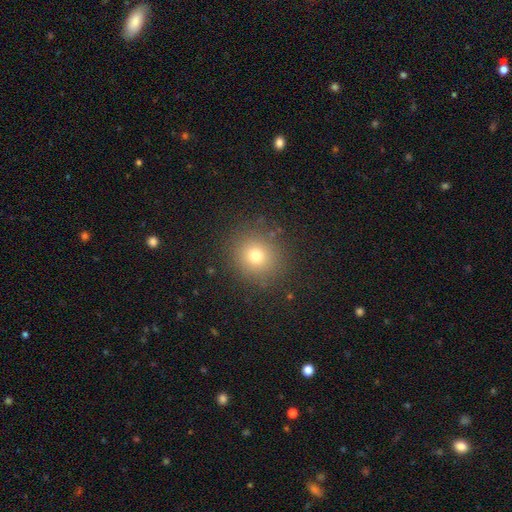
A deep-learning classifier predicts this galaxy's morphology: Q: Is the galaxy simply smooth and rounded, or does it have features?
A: smooth — 74%.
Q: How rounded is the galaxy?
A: round — 88%.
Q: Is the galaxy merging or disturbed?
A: none — 89%.